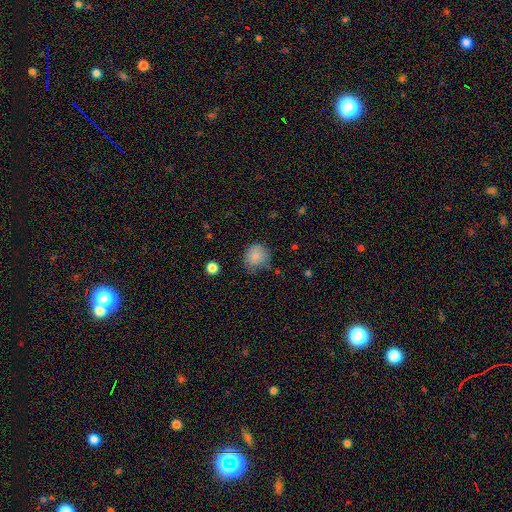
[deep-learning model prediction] smooth_or_featured: smooth (p=0.84) [alt: star or artifact p=0.09]
how_rounded: round (p=0.77) [alt: in between p=0.22]
merging: none (p=0.64) [alt: minor disturbance p=0.27]